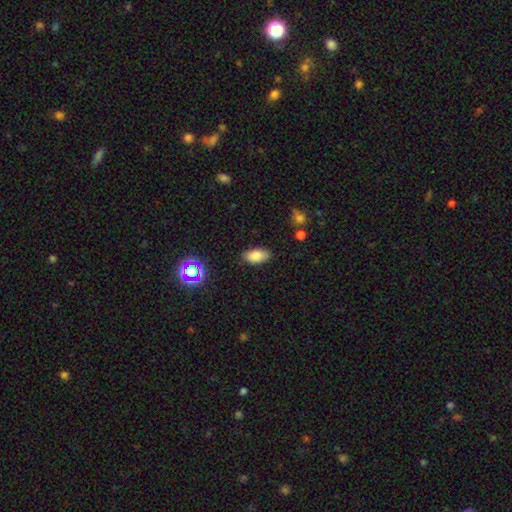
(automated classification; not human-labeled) This appears to be a smooth galaxy with no disk features (82%) that is in between round and cigar-shaped (92%). Merging: none (85%).